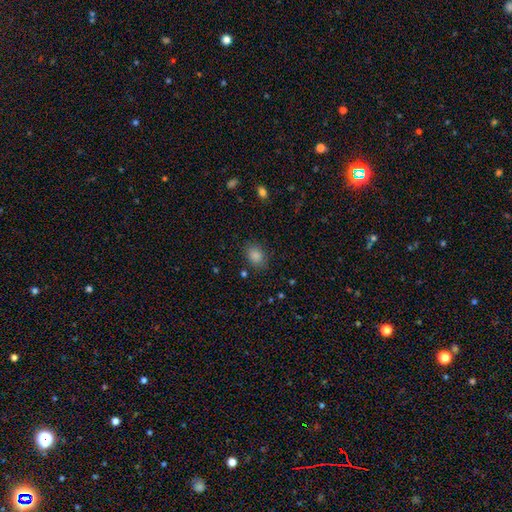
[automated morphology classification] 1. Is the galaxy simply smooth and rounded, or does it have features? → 85% smooth, 10% star or artifact, 5% featured or disk.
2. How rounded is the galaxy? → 66% in between, 32% round, 1% cigar-shaped.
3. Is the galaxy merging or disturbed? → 82% none, 13% minor disturbance, 4% major disturbance, 2% merger.